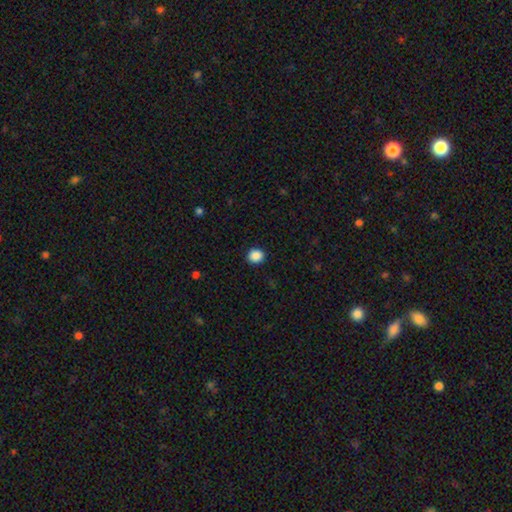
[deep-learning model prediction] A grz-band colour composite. It shows a smooth galaxy with no disk features (88%) that is round (86%). Merging: none (91%).